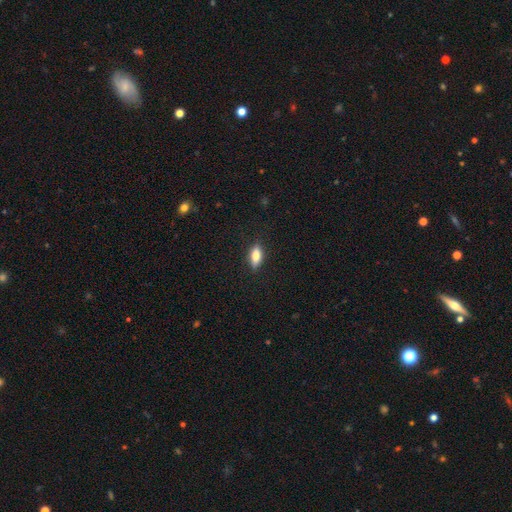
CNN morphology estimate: Smooth or featured: smooth — 66% (featured or disk — 26%)
How rounded: in between — 71% (cigar-shaped — 25%)
Merging: none — 87% (minor disturbance — 10%)